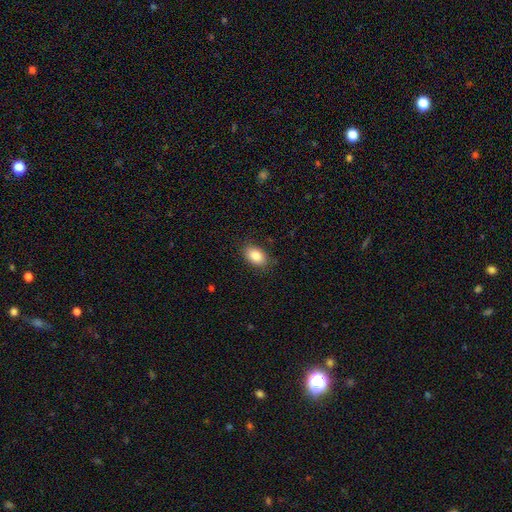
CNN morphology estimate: Smooth or featured?
  - smooth: 85% *
  - star or artifact: 8%
  - featured or disk: 7%
How rounded?
  - in between: 88% *
  - round: 10%
  - cigar-shaped: 1%
Merging?
  - none: 86% *
  - minor disturbance: 11%
  - major disturbance: 3%
  - merger: 1%